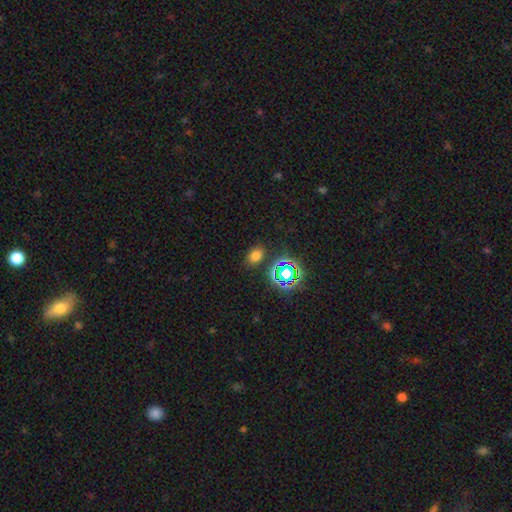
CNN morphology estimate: A smooth galaxy with no disk features (66%) that is in between round and cigar-shaped (74%). Merging: none (83%).